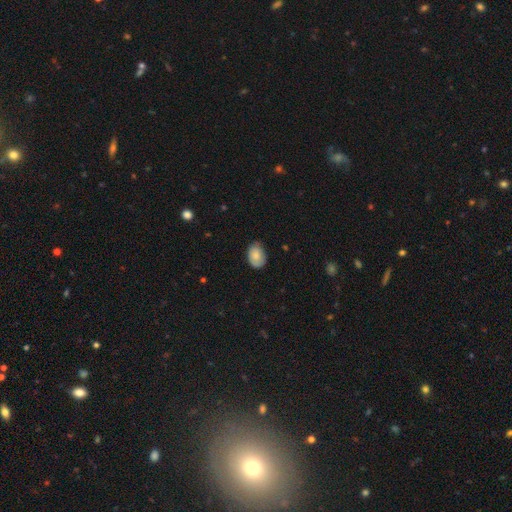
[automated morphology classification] Smooth or featured? smooth (78%)
How rounded? in between (80%)
Merging? none (68%)